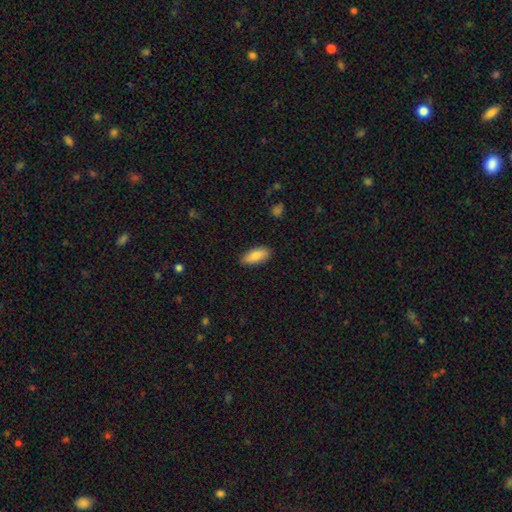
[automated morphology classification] smooth 83%, featured or disk 11%, star or artifact 6%. Down the decision tree: how rounded — in between (82%); merging — none (87%).